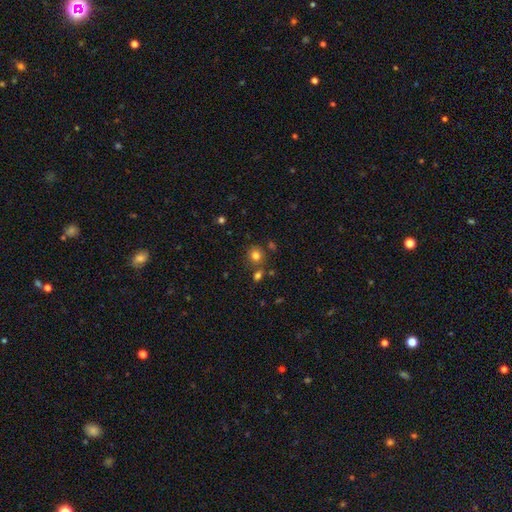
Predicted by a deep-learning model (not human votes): A smooth galaxy with no disk features (78%) that is round (82%). Merging: none (74%).